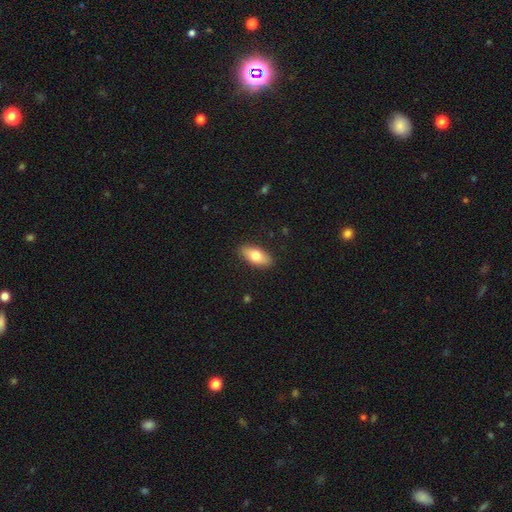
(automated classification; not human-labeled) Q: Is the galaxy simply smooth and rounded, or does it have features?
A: smooth — 74%.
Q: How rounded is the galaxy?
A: in between — 84%.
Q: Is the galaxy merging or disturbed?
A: none — 89%.